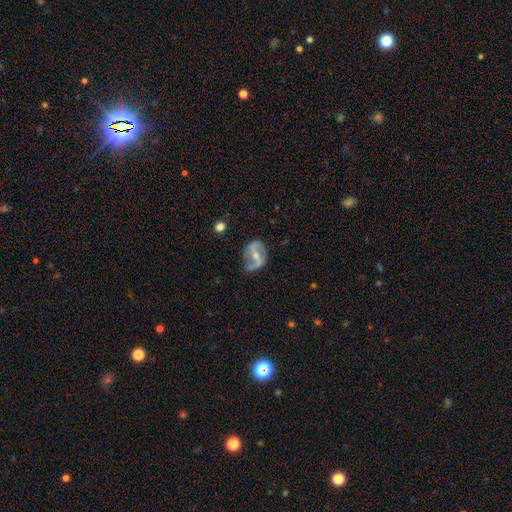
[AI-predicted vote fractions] Smooth or featured? Predicted: featured or disk (p=0.80). Edge-on disk? Predicted: no (p=0.96). Bar? Predicted: strong (p=0.38). Spiral arms? Predicted: yes (p=0.83). Spiral winding? Predicted: medium (p=0.40). Spiral arm count? Predicted: 2 (p=0.81). Bulge size? Predicted: moderate (p=0.52). Merging? Predicted: none (p=0.65).